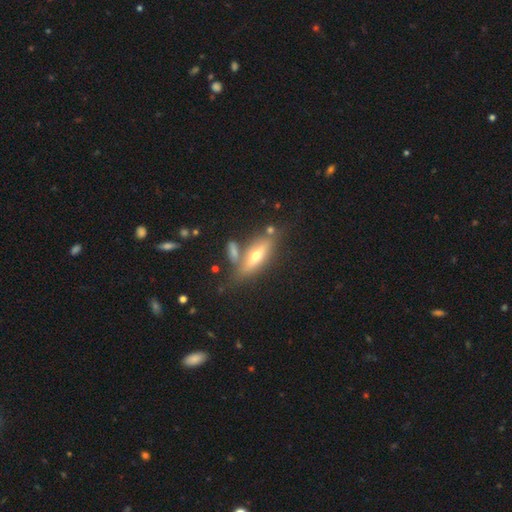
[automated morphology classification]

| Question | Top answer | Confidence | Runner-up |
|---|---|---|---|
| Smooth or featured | featured or disk | 51% | smooth (42%) |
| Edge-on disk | yes | 80% | no (20%) |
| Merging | none | 66% | merger (15%) |